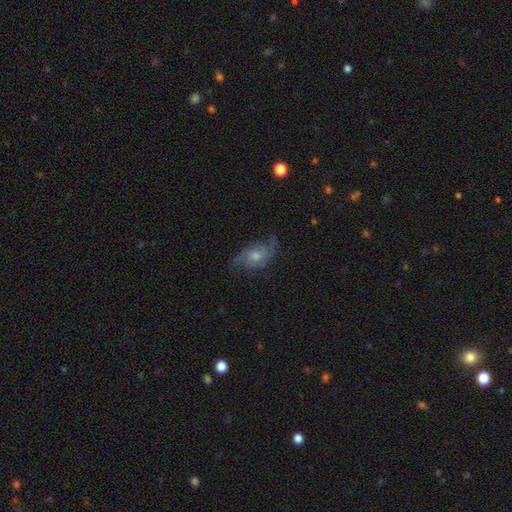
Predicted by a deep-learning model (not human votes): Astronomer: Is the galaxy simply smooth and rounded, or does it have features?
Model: featured or disk — 68%.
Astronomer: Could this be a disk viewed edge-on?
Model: no — 94%.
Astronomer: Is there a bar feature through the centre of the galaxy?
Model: no — 71%.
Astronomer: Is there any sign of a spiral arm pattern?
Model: yes — 89%.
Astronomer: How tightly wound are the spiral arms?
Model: medium — 42% (runner-up: loose, 35%).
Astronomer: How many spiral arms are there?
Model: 2 — 63%.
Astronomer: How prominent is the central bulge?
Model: moderate — 53% (runner-up: small, 35%).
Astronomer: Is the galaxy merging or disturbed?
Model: none — 68%.